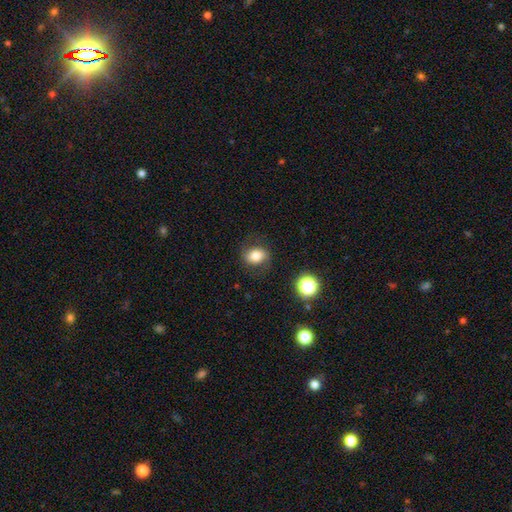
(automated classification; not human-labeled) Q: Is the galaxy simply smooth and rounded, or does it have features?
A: smooth — 72%.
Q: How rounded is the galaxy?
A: in between — 59%.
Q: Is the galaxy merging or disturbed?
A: none — 76%.